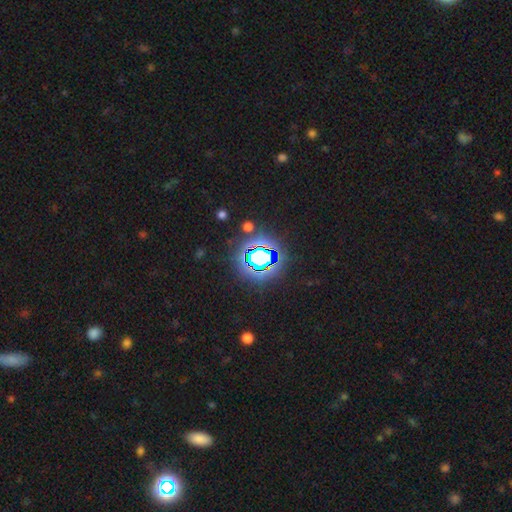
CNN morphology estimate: Smooth or featured?
  - star or artifact: 79% *
  - smooth: 14%
  - featured or disk: 8%